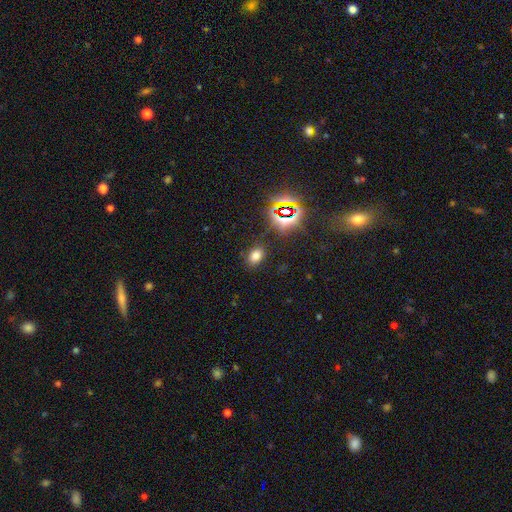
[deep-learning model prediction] smooth_or_featured: smooth (p=0.67) [alt: star or artifact p=0.26]
how_rounded: in between (p=0.74) [alt: round p=0.24]
merging: none (p=0.84) [alt: minor disturbance p=0.10]